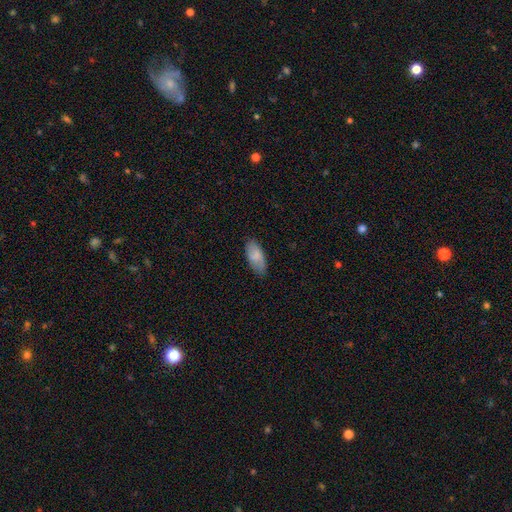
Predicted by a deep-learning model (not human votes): Smooth or featured: smooth — 80% (featured or disk — 14%)
How rounded: in between — 90% (cigar-shaped — 8%)
Merging: none — 77% (minor disturbance — 18%)